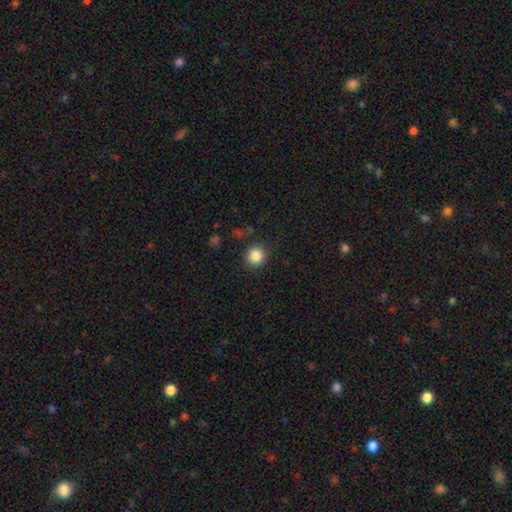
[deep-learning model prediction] Q: Smooth or featured?
A: smooth (86%); runner-up: star or artifact (10%)
Q: How rounded?
A: round (91%); runner-up: in between (8%)
Q: Merging?
A: none (87%); runner-up: minor disturbance (8%)